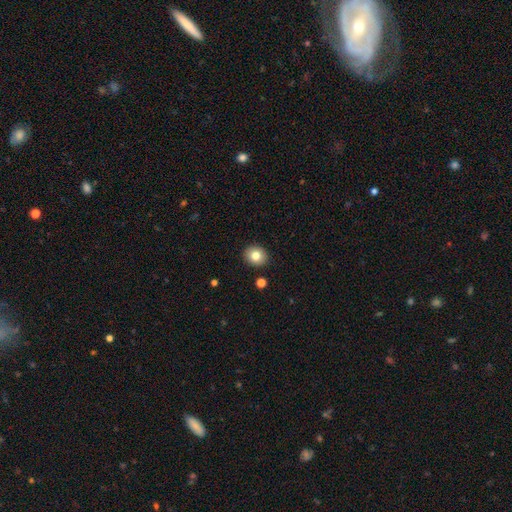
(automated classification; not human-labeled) smooth_or_featured: smooth (p=0.81) [alt: star or artifact p=0.10]
how_rounded: round (p=0.71) [alt: in between p=0.28]
merging: none (p=0.90) [alt: minor disturbance p=0.06]